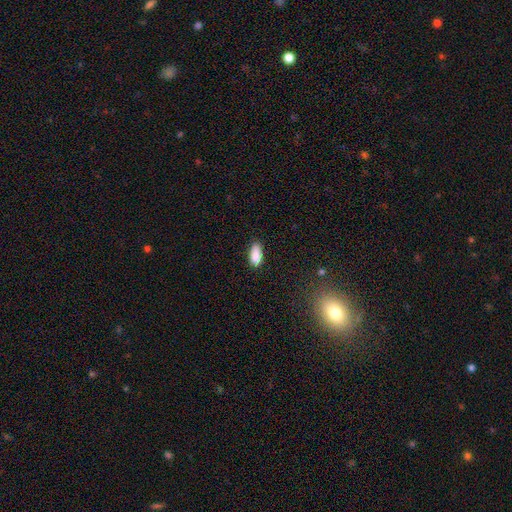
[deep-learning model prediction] A smooth galaxy with no disk features (87%) that is in between round and cigar-shaped (87%).

Vote fractions:
- Smooth or featured? smooth: 87% / star or artifact: 7% / featured or disk: 6%
- How rounded? in between: 87% / cigar-shaped: 11% / round: 2%
- Merging? none: 79% / minor disturbance: 17% / major disturbance: 3% / merger: 1%